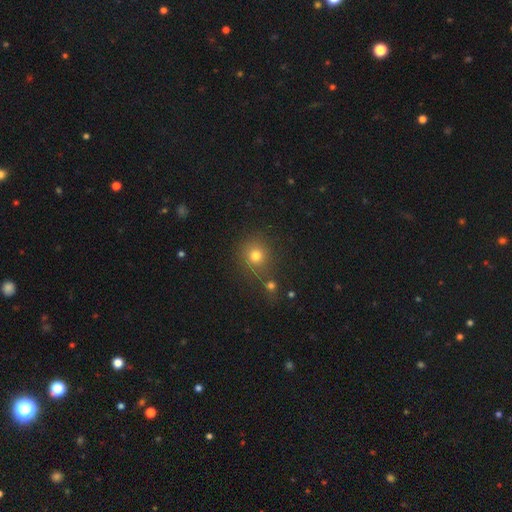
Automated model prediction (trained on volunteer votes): Smooth or featured?
  - smooth: 75% *
  - star or artifact: 17%
  - featured or disk: 8%
How rounded?
  - round: 88% *
  - in between: 11%
  - cigar-shaped: 1%
Merging?
  - none: 71% *
  - merger: 14%
  - minor disturbance: 10%
  - major disturbance: 5%